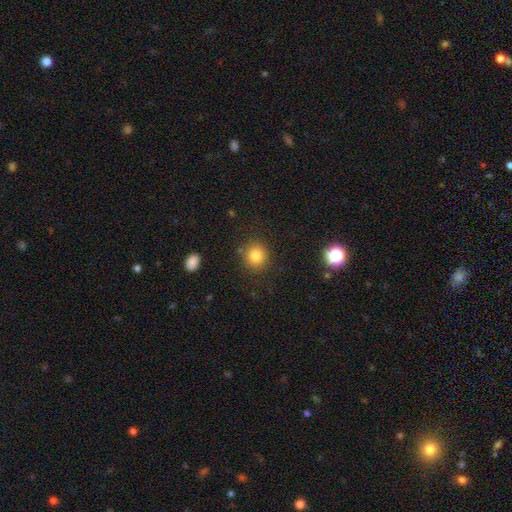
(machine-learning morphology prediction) Smooth or featured: smooth — 82% (star or artifact — 12%)
How rounded: round — 85% (in between — 14%)
Merging: none — 85% (minor disturbance — 9%)